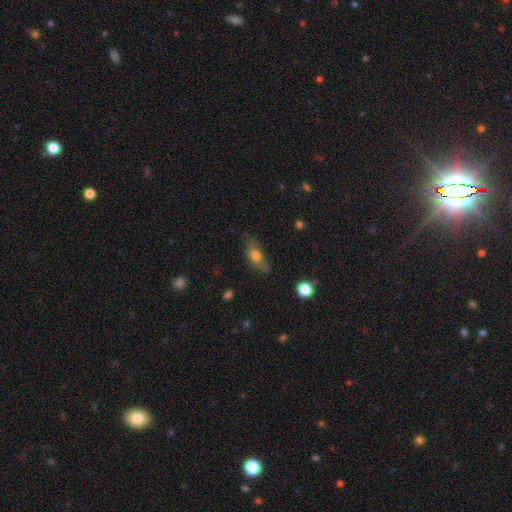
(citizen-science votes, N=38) Overall: smooth (58%; featured or disk 39%). How rounded: in between (82%). Merging: none (62%; minor disturbance 27%).